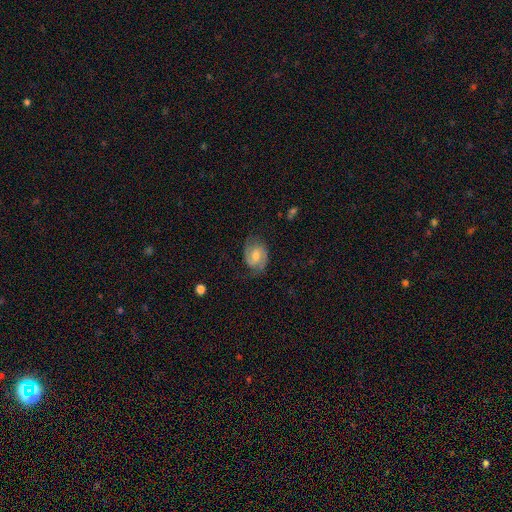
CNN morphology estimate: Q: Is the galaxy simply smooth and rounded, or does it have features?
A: featured or disk — 73%.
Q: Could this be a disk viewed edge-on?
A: no — 97%.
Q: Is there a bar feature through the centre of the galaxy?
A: weak — 47%.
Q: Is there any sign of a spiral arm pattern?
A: yes — 93%.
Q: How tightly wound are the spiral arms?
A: medium — 46%.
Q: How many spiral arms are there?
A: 2 — 87%.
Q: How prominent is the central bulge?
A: moderate — 63%.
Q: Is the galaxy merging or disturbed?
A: none — 75%.